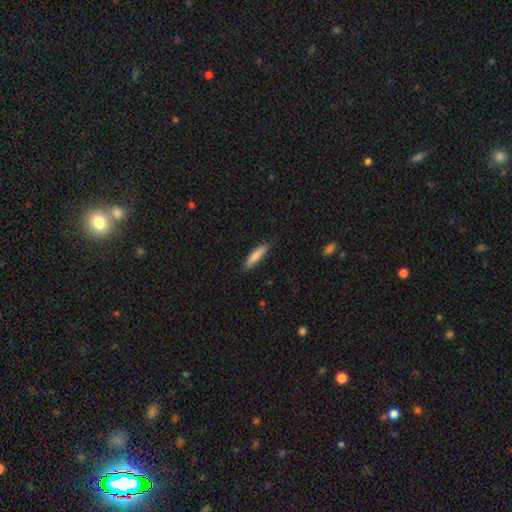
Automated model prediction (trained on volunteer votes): Overall: smooth (82%). How rounded: cigar-shaped (77%). Merging: none (84%).